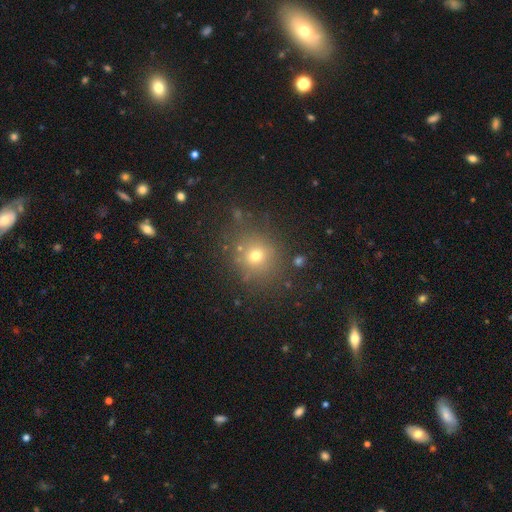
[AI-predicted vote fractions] Morphology: type=smooth (69%); roundness=round (83%); merging=none (80%).